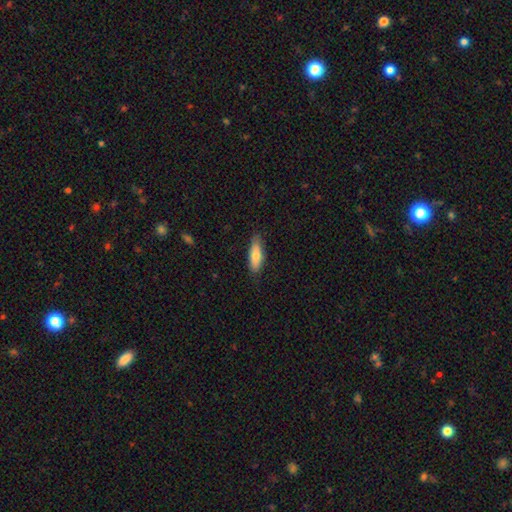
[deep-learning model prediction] smooth_or_featured: smooth (p=0.76) [alt: featured or disk p=0.18]
how_rounded: in between (p=0.55) [alt: cigar-shaped p=0.43]
merging: none (p=0.81) [alt: minor disturbance p=0.15]